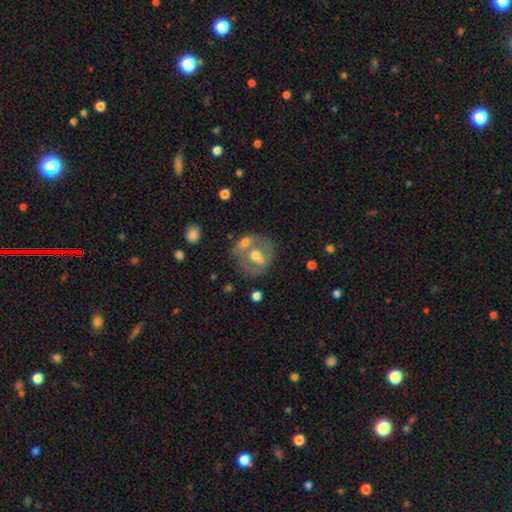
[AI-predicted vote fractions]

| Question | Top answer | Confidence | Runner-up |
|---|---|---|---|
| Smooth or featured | featured or disk | 49% | smooth (42%) |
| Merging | none | 44% | merger (38%) |